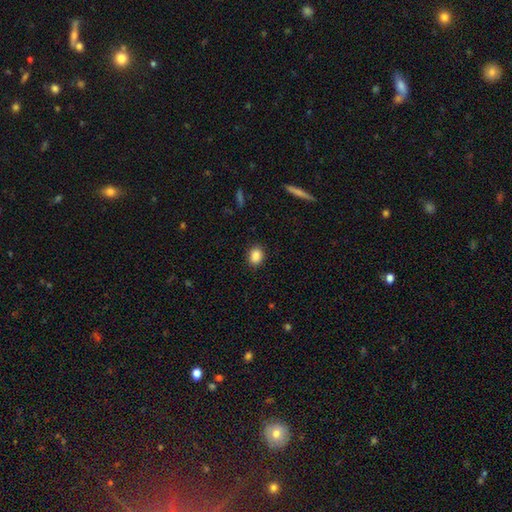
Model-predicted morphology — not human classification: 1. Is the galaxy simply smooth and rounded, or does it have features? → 86% smooth, 9% star or artifact, 5% featured or disk.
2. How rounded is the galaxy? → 55% in between, 44% round, 1% cigar-shaped.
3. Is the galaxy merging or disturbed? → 89% none, 8% minor disturbance, 2% major disturbance, 1% merger.